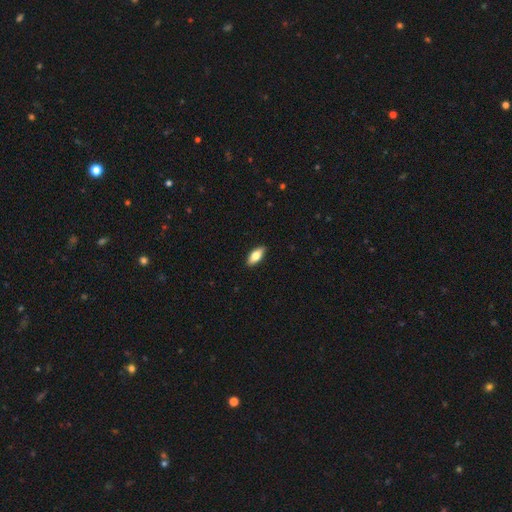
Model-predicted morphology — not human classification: Smooth or featured? smooth (68%)
How rounded? in between (79%)
Merging? none (89%)